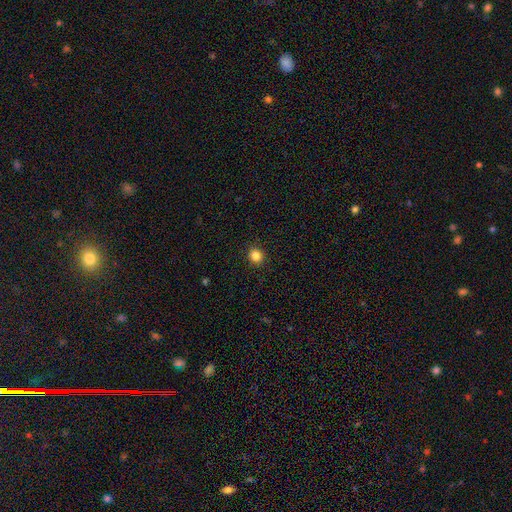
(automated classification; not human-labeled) Smooth or featured?
  - smooth: 85% *
  - star or artifact: 11%
  - featured or disk: 4%
How rounded?
  - round: 80% *
  - in between: 19%
  - cigar-shaped: 1%
Merging?
  - none: 91% *
  - minor disturbance: 6%
  - major disturbance: 2%
  - merger: 1%